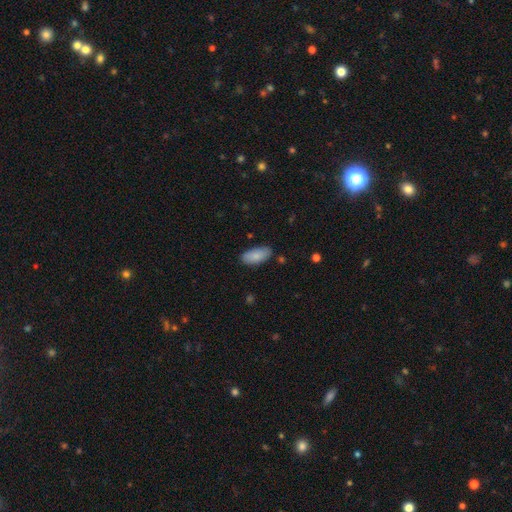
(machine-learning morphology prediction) A smooth galaxy with no disk features (86%) that is in between round and cigar-shaped (90%).

Vote fractions:
- Smooth or featured? smooth: 86% / featured or disk: 7% / star or artifact: 6%
- How rounded? in between: 90% / cigar-shaped: 8% / round: 2%
- Merging? none: 83% / minor disturbance: 13% / major disturbance: 2% / merger: 2%